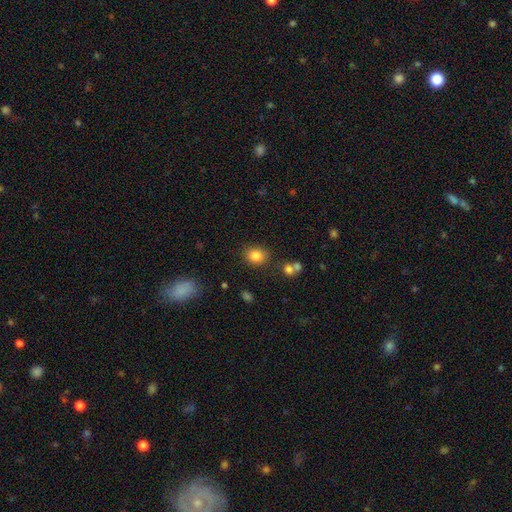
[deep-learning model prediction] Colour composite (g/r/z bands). It shows a smooth galaxy with no disk features (84%) that is round (54%). Merging: none (79%).